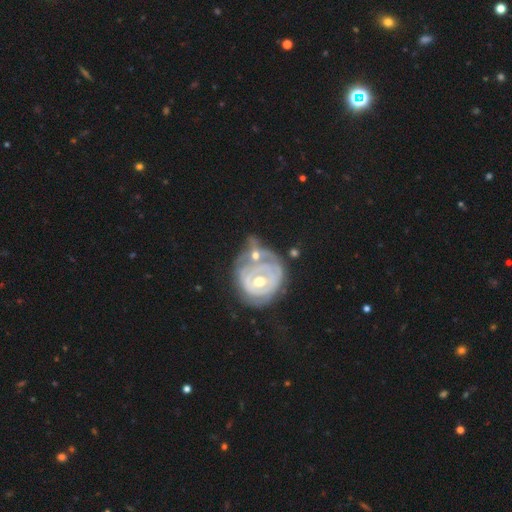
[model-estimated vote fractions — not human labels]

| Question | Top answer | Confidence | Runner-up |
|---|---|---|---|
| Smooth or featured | featured or disk | 72% | smooth (21%) |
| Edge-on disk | no | 96% | yes (4%) |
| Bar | no | 65% | weak (26%) |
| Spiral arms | yes | 61% | no (39%) |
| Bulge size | moderate | 73% | small (16%) |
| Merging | merger | 46% | none (27%) |